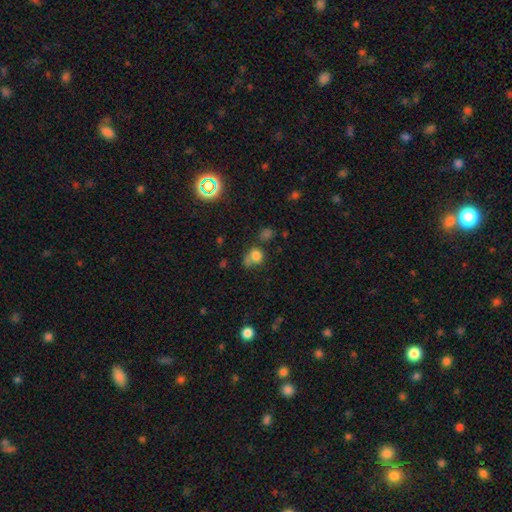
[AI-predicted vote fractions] Smooth or featured: smooth — 74% (star or artifact — 16%)
How rounded: round — 74% (in between — 25%)
Merging: none — 49% (merger — 22%)